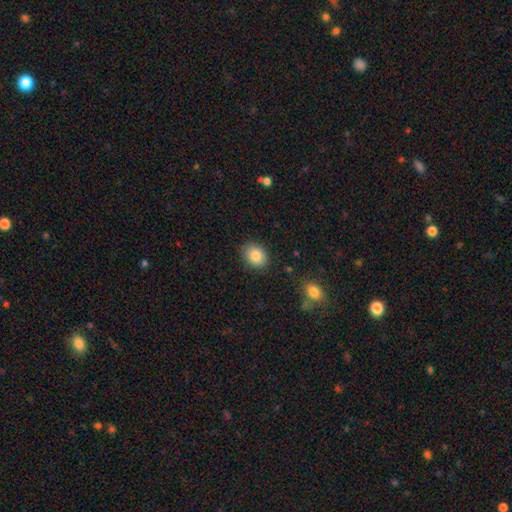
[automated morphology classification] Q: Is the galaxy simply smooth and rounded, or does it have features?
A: smooth — 85%.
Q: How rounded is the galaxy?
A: in between — 58%.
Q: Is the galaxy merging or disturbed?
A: none — 85%.